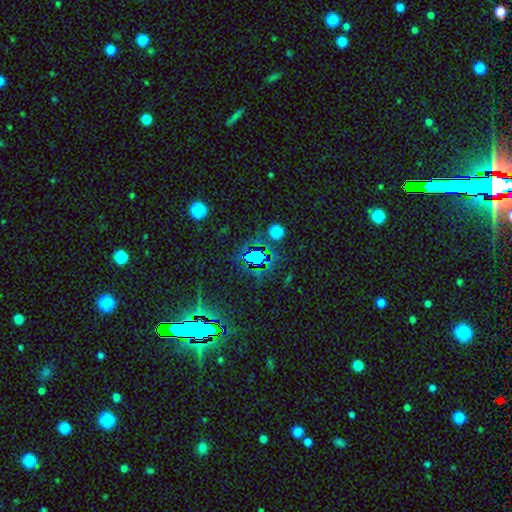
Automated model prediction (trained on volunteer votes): Smooth or featured: star or artifact — 71% (smooth — 20%)